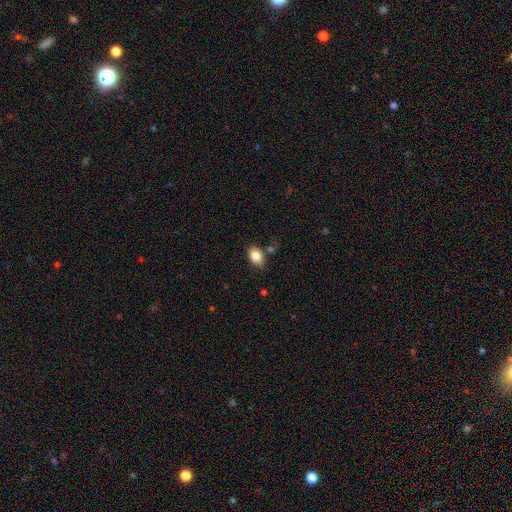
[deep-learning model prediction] Overall: smooth (86%). How rounded: in between (81%). Merging: none (76%).